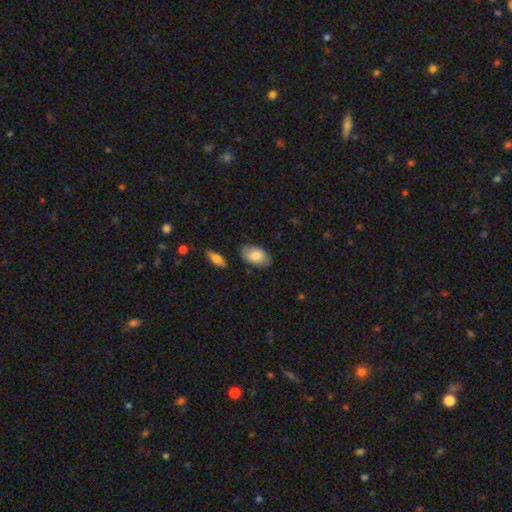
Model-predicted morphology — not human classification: Overall: smooth (80%). How rounded: in between (93%). Merging: none (79%).